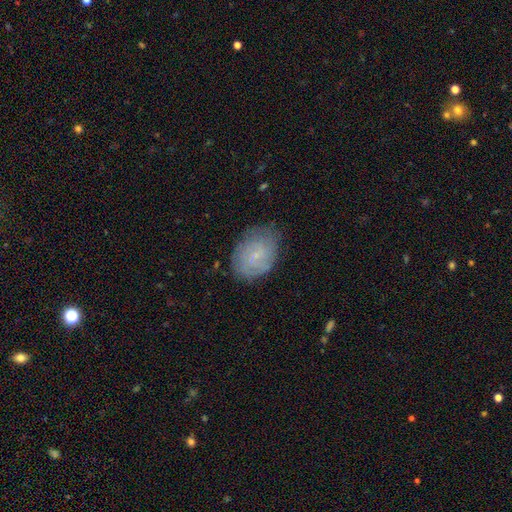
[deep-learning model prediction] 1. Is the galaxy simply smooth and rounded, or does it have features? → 55% featured or disk, 36% smooth, 9% star or artifact.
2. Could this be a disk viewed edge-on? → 97% no, 3% yes.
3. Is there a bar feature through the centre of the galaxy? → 49% no, 44% weak, 7% strong.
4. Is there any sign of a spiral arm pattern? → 81% yes, 19% no.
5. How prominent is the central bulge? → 76% small, 12% moderate, 10% none, 1% large, 1% dominant.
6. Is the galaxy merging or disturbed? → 72% none, 20% minor disturbance, 6% major disturbance, 1% merger.